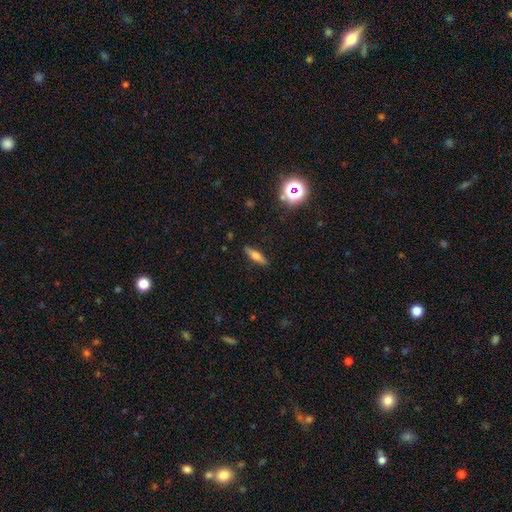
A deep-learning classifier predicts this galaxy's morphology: A smooth galaxy with no disk features (57%) that is cigar-shaped (62%).

Vote fractions:
- Smooth or featured? smooth: 57% / featured or disk: 32% / star or artifact: 10%
- How rounded? cigar-shaped: 62% / in between: 35% / round: 3%
- Merging? none: 88% / minor disturbance: 9% / major disturbance: 2% / merger: 1%